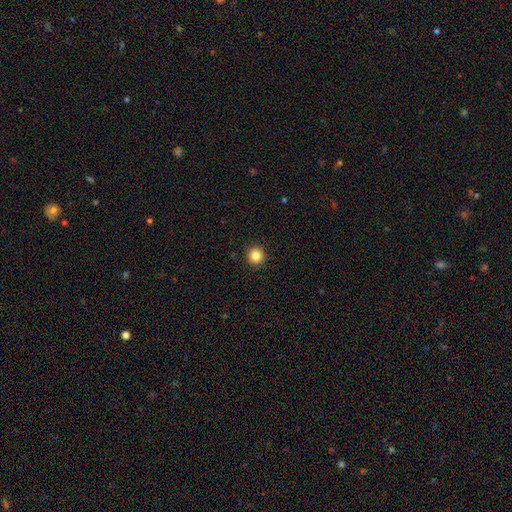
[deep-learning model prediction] A smooth galaxy with no disk features (84%) that is round (95%). Merging: none (93%).